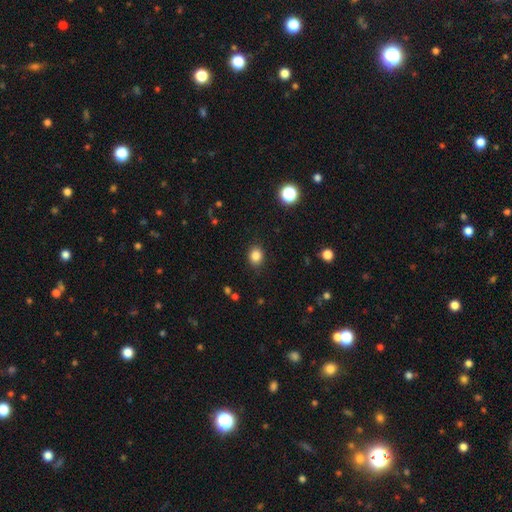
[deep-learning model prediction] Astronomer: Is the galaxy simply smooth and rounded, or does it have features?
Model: smooth — 85%.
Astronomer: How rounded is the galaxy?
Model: round — 63%.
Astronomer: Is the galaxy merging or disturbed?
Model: none — 88%.